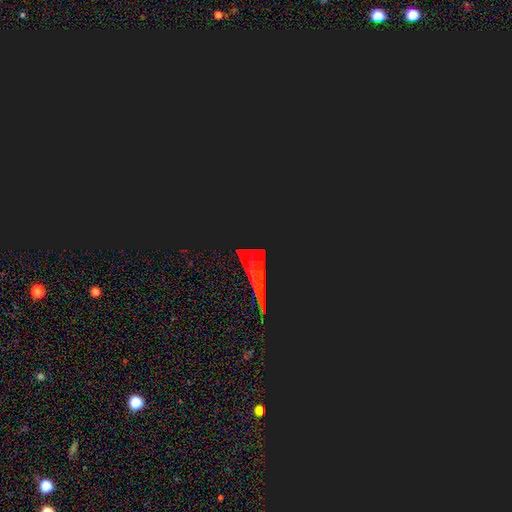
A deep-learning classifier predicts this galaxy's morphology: Q: Smooth or featured?
A: star or artifact (74%); runner-up: smooth (14%)